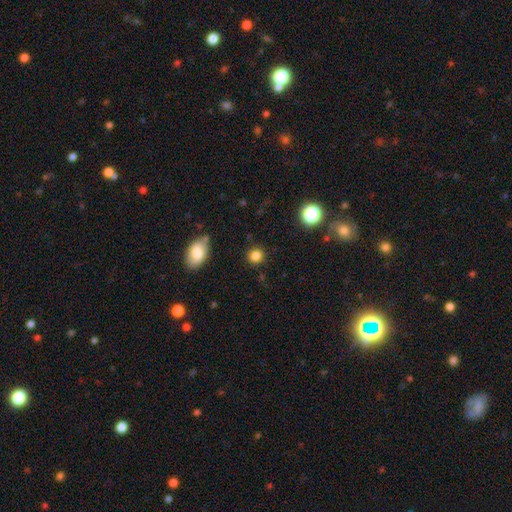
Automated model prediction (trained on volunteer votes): Smooth or featured? smooth (84%)
How rounded? round (87%)
Merging? none (88%)